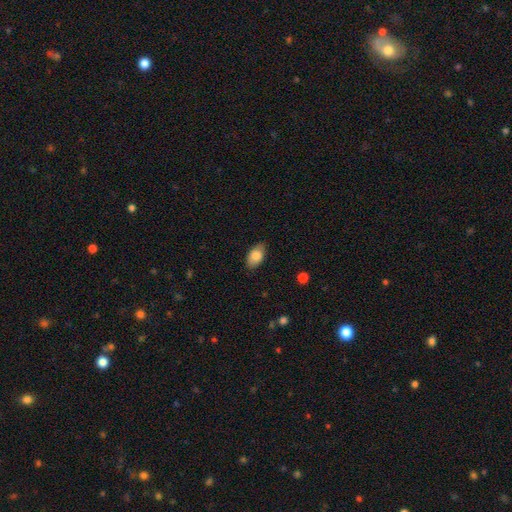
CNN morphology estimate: This appears to be a smooth galaxy with no disk features (84%) that is in between round and cigar-shaped (93%). Merging: none (82%).